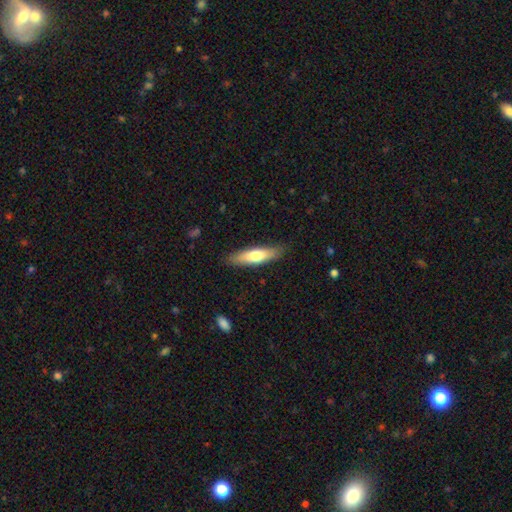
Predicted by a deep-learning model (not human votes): Smooth or featured: smooth — 68% (featured or disk — 27%)
How rounded: cigar-shaped — 68% (in between — 30%)
Merging: none — 86% (minor disturbance — 10%)